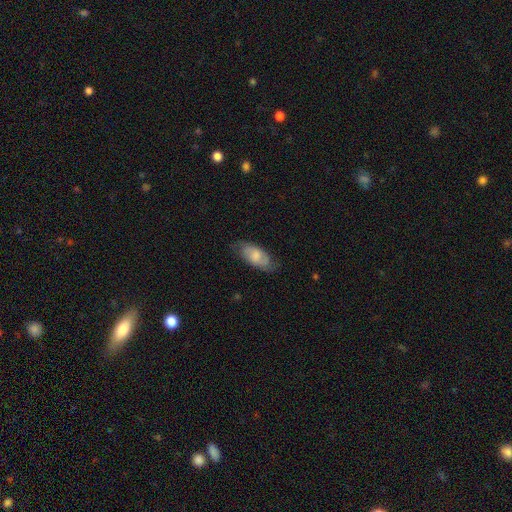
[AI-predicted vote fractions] Smooth or featured? Predicted: smooth (p=0.56). How rounded? Predicted: in between (p=0.87). Merging? Predicted: none (p=0.72).